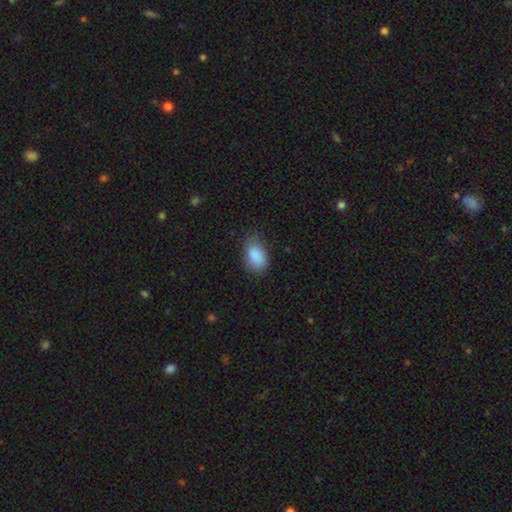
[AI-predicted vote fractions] Overall: smooth (88%). How rounded: in between (91%). Merging: none (71%).